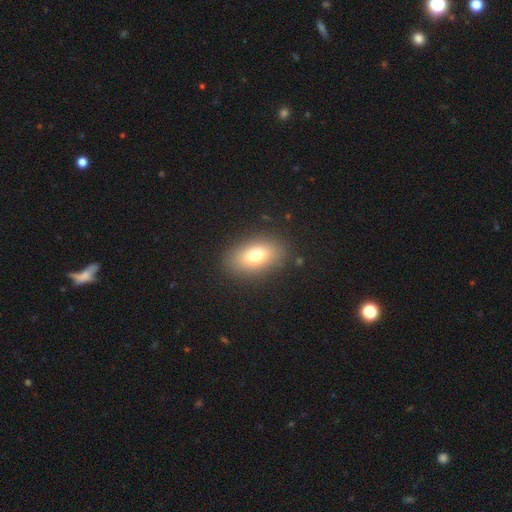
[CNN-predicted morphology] smooth_or_featured: smooth (p=0.75) [alt: featured or disk p=0.14]
how_rounded: in between (p=0.86) [alt: round p=0.12]
merging: none (p=0.86) [alt: minor disturbance p=0.09]